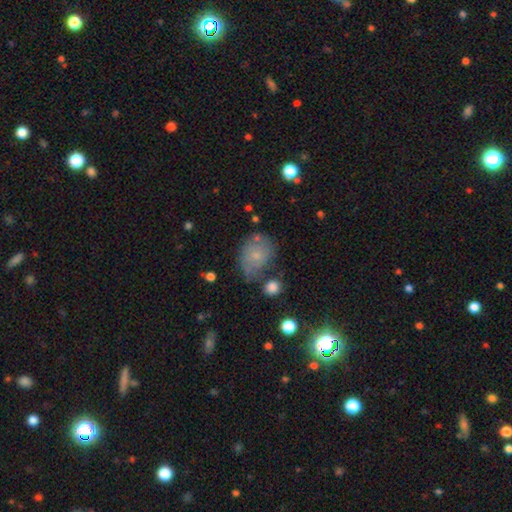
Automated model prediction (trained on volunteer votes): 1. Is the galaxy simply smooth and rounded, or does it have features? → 62% smooth, 27% featured or disk, 11% star or artifact.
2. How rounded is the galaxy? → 54% in between, 45% round, 1% cigar-shaped.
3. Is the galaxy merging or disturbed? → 53% none, 27% minor disturbance, 11% major disturbance, 9% merger.